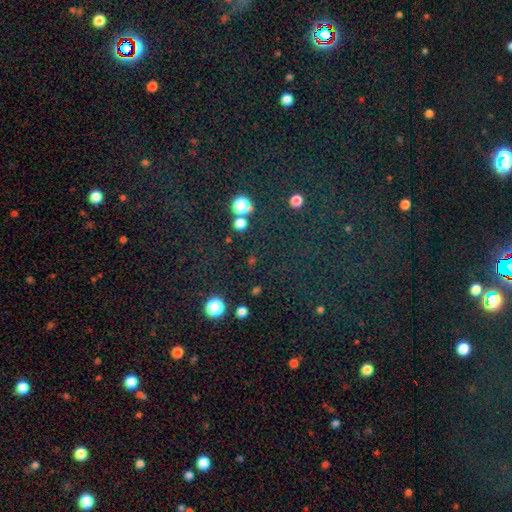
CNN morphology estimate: Q: Smooth or featured?
A: star or artifact (72%); runner-up: smooth (19%)